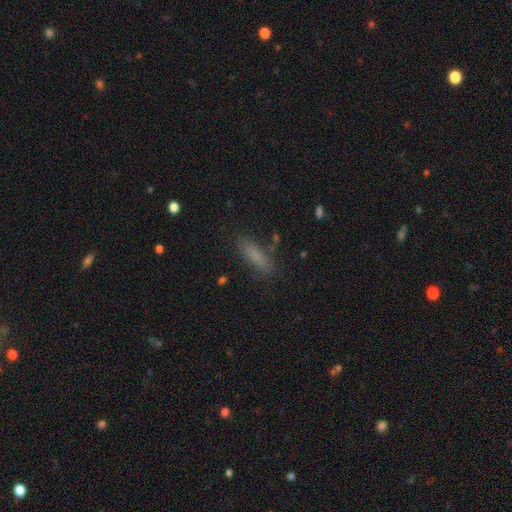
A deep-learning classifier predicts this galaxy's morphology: Smooth or featured?
  - smooth: 79% *
  - star or artifact: 10%
  - featured or disk: 10%
How rounded?
  - cigar-shaped: 64% *
  - in between: 34%
  - round: 2%
Merging?
  - none: 81% *
  - minor disturbance: 13%
  - major disturbance: 4%
  - merger: 3%